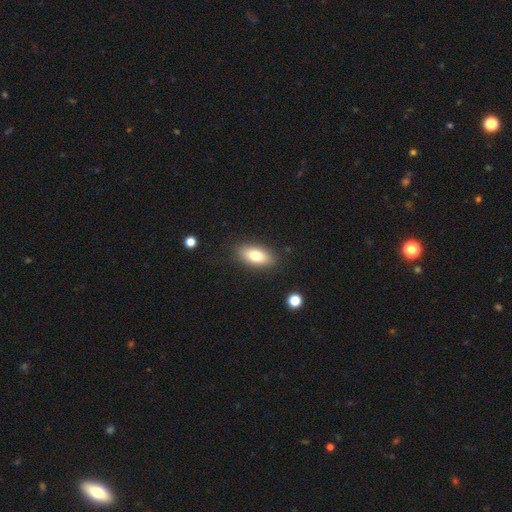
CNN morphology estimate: Overall: smooth (76%). How rounded: in between (87%). Merging: none (87%).